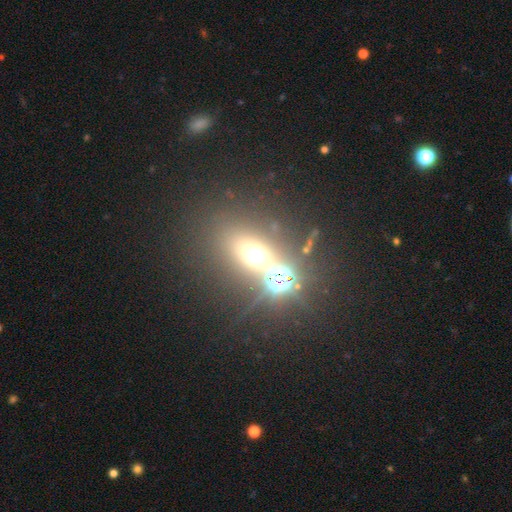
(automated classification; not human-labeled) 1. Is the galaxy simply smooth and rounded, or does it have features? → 46% star or artifact, 38% smooth, 15% featured or disk.